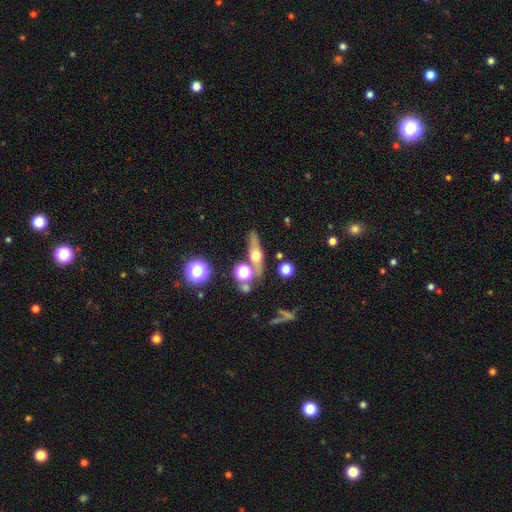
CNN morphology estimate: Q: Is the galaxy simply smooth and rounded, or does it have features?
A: featured or disk — 54%.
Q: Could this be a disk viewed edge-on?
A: yes — 83%.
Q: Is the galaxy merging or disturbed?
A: none — 73%.